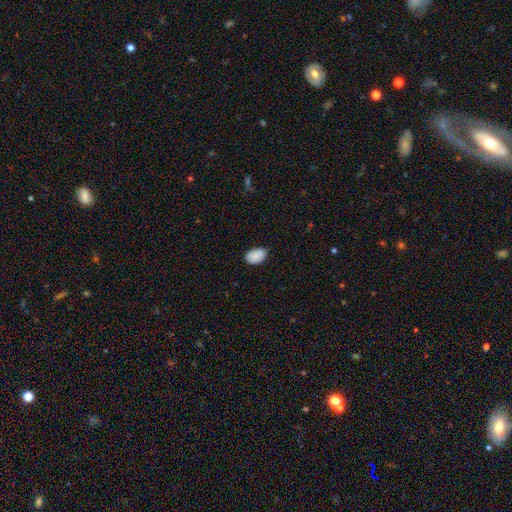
This appears to be a smooth galaxy with no disk features (82%) that is in between round and cigar-shaped (81%). Merging: minor disturbance (49%).